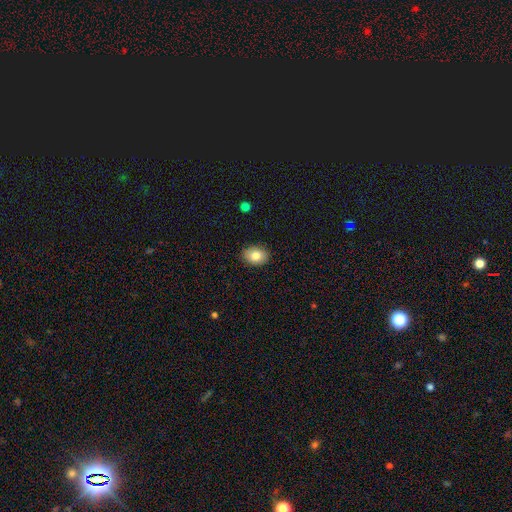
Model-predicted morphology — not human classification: Smooth or featured? Predicted: smooth (p=0.82). How rounded? Predicted: in between (p=0.72). Merging? Predicted: none (p=0.89).